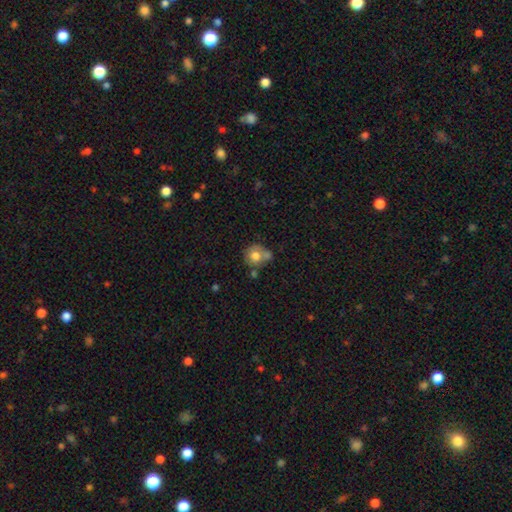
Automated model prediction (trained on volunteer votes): smooth 72%, featured or disk 19%, star or artifact 9%. Down the decision tree: how rounded — round (81%); merging — none (43%).